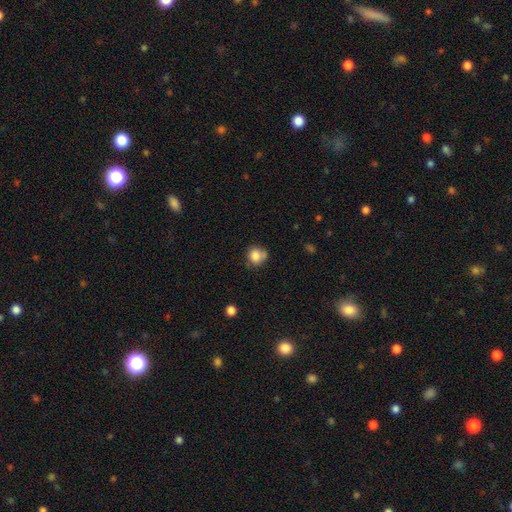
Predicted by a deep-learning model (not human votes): Q: Smooth or featured?
A: smooth (81%); runner-up: star or artifact (10%)
Q: How rounded?
A: round (81%); runner-up: in between (18%)
Q: Merging?
A: none (57%); runner-up: minor disturbance (26%)